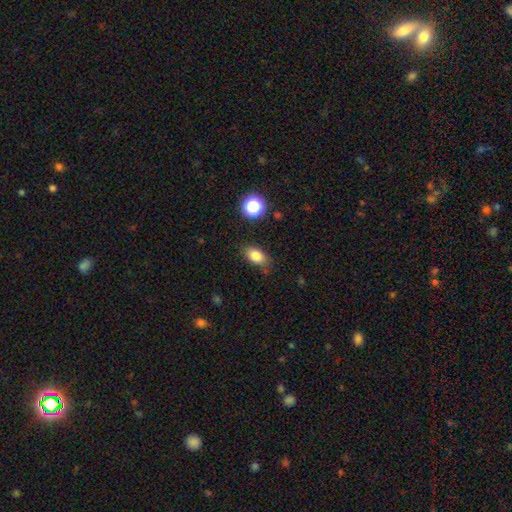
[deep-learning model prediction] Smooth or featured? smooth (82%)
How rounded? in between (84%)
Merging? none (79%)